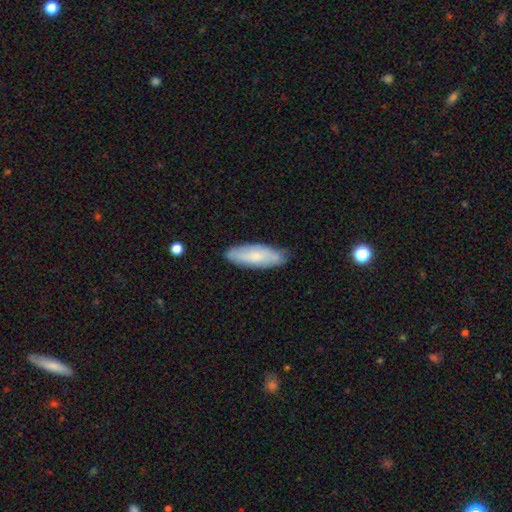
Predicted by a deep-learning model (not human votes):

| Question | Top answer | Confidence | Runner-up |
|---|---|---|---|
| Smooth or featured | smooth | 67% | featured or disk (27%) |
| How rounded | in between | 62% | cigar-shaped (36%) |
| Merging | none | 77% | minor disturbance (19%) |